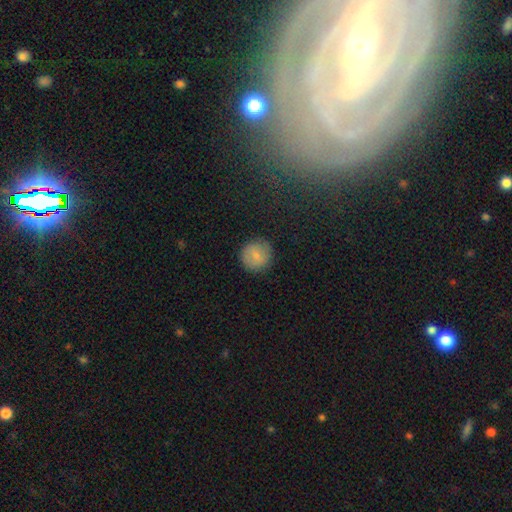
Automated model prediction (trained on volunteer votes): The model was most divided on "smooth or featured": smooth: 76%, featured or disk: 14%, star or artifact: 9%. More confident: how rounded — round (93%); merging — none (87%).